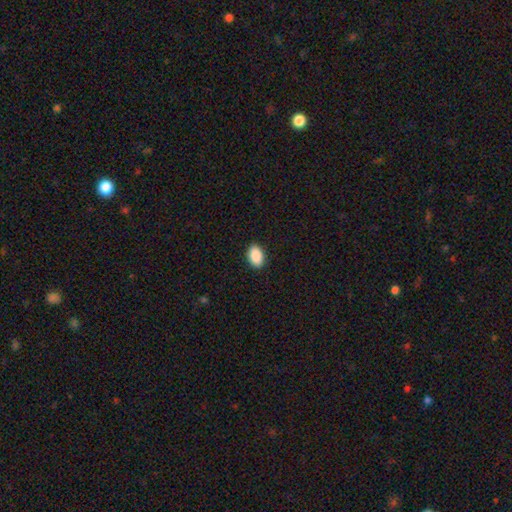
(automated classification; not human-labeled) Overall: smooth (90%). How rounded: in between (91%). Merging: none (91%).